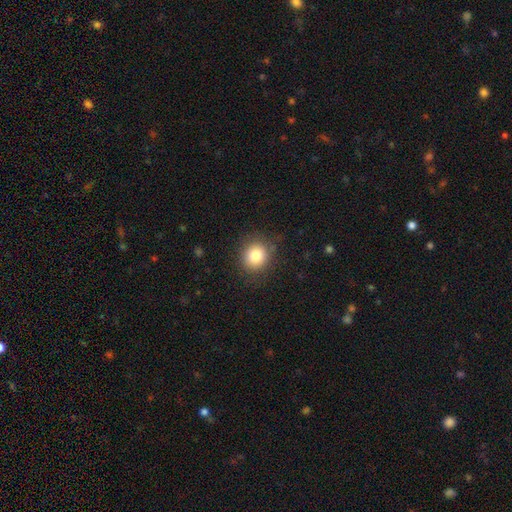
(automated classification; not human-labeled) Smooth or featured?
  - smooth: 81% *
  - star or artifact: 11%
  - featured or disk: 8%
How rounded?
  - round: 84% *
  - in between: 15%
  - cigar-shaped: 1%
Merging?
  - none: 85% *
  - minor disturbance: 10%
  - major disturbance: 3%
  - merger: 1%